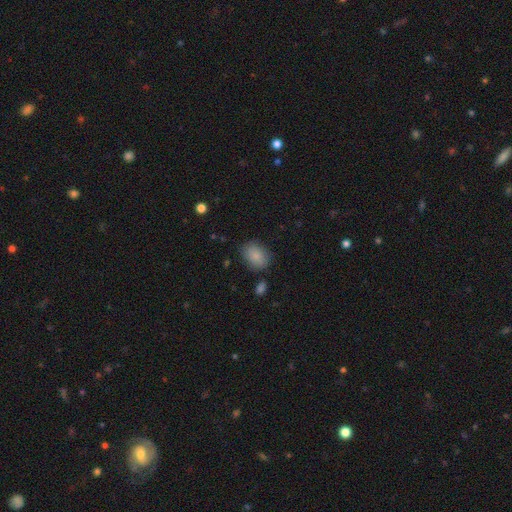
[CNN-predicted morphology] Smooth or featured? smooth (85%)
How rounded? in between (72%)
Merging? none (79%)